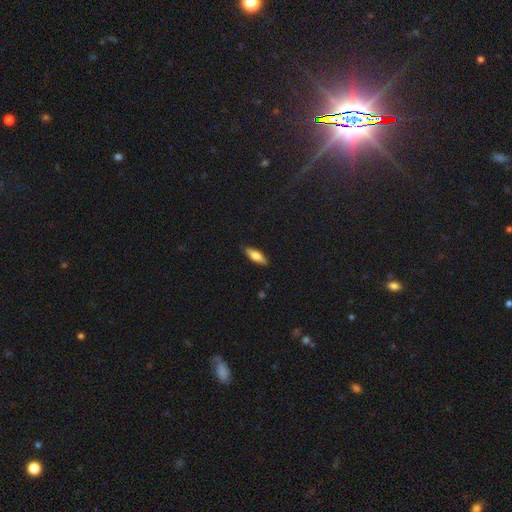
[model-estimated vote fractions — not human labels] smooth 75%, featured or disk 19%, star or artifact 6%. Down the decision tree: how rounded — in between (58%); merging — none (85%).